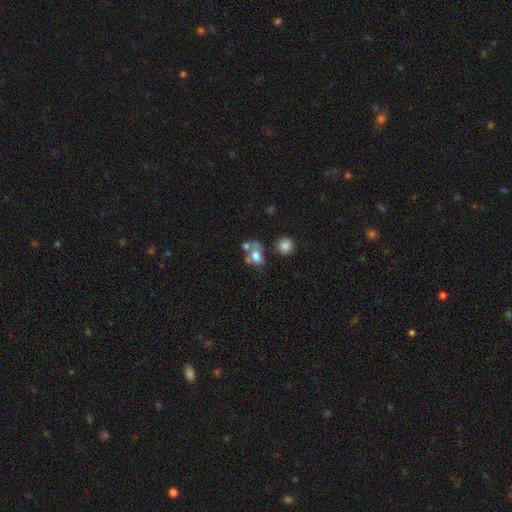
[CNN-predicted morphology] smooth 66%, featured or disk 22%, star or artifact 12%. Down the decision tree: how rounded — in between (59%); merging — merger (39%).